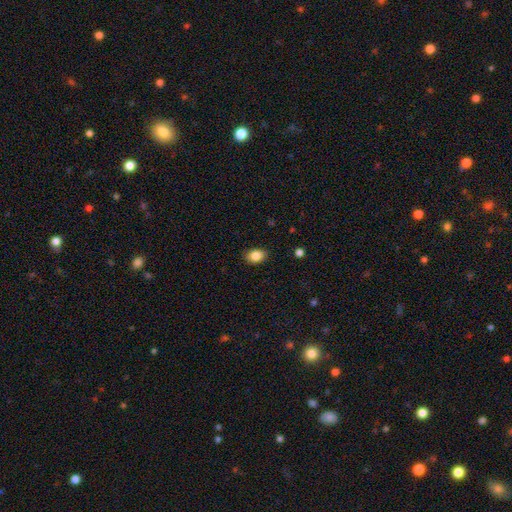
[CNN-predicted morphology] type=smooth (85%); roundness=in between (80%); merging=none (87%).